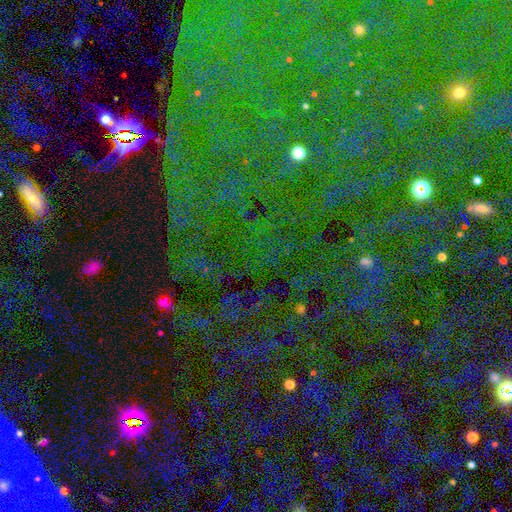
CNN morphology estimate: The model was most divided on "smooth or featured": star or artifact: 81%, smooth: 10%, featured or disk: 9%.